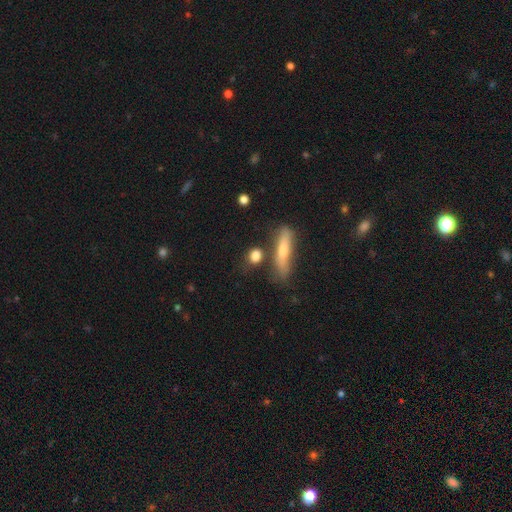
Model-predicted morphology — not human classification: smooth-or-featured: smooth: 78% | featured or disk: 13% | star or artifact: 10%
  how-rounded: round: 47% | in between: 30% | cigar-shaped: 23%
  merging: none: 67% | minor disturbance: 15% | merger: 12% | major disturbance: 6%